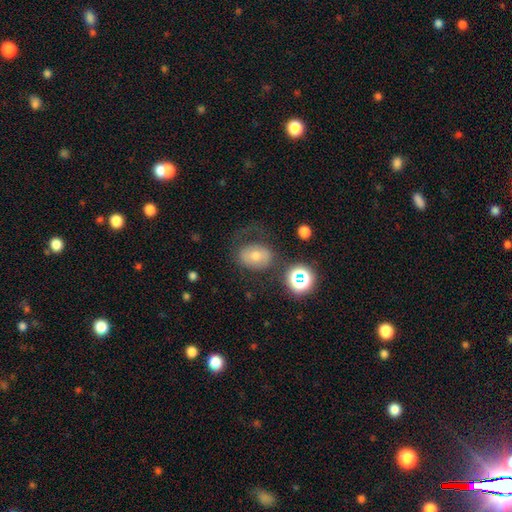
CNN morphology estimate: smooth_or_featured: smooth (p=0.53) [alt: featured or disk p=0.30]
how_rounded: in between (p=0.63) [alt: round p=0.36]
merging: none (p=0.52) [alt: major disturbance p=0.23]